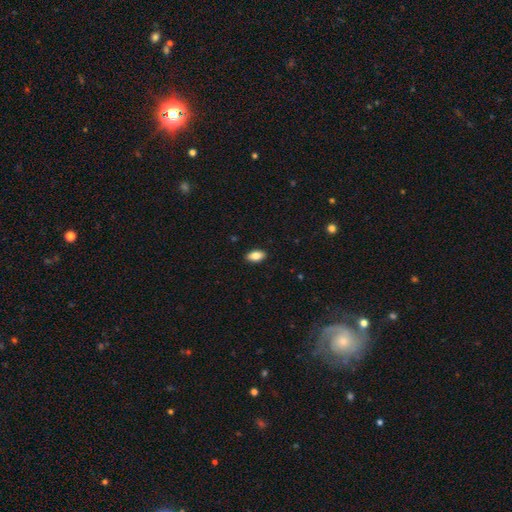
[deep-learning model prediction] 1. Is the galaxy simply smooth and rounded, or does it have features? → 84% smooth, 8% featured or disk, 7% star or artifact.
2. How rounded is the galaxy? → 92% in between, 5% round, 3% cigar-shaped.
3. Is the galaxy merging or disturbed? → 90% none, 8% minor disturbance, 2% major disturbance, 1% merger.